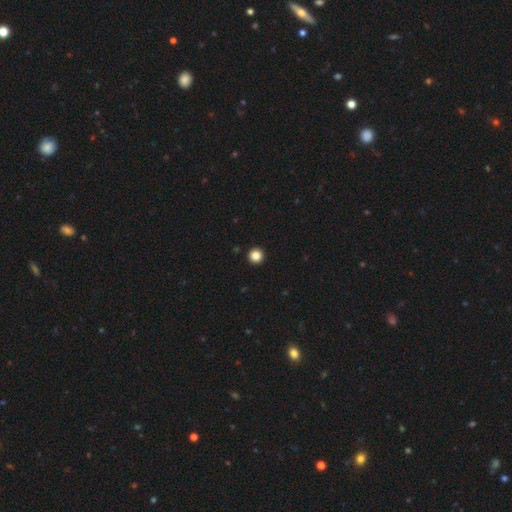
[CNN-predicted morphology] Smooth or featured? smooth (86%)
How rounded? round (97%)
Merging? none (94%)